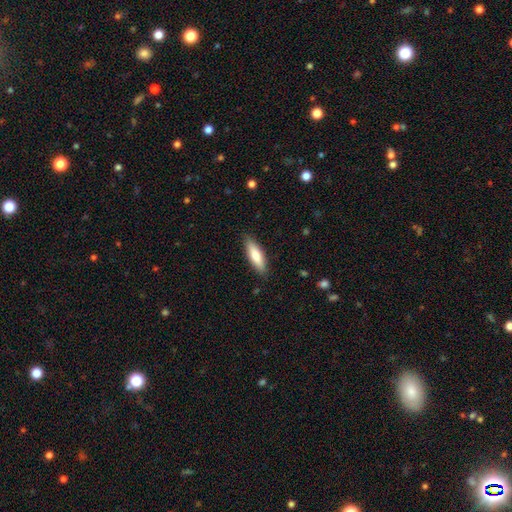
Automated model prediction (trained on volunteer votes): This is likely a smooth galaxy (77%). How rounded: possibly cigar-shaped (53%). Merging: clearly none (87%).